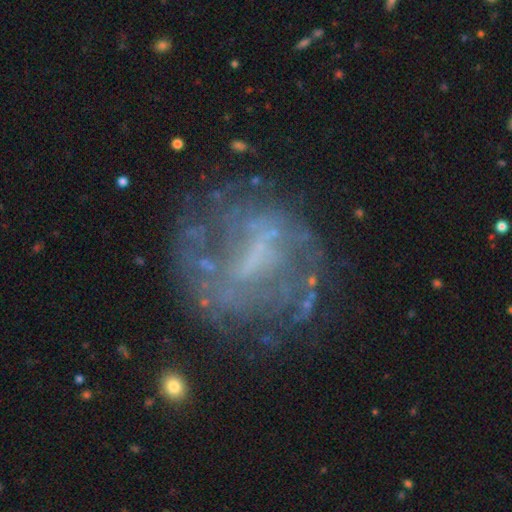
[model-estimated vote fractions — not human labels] Smooth or featured: featured or disk — 74% (star or artifact — 14%)
Edge-on disk: no — 97% (yes — 3%)
Bar: weak — 41% (no — 31%)
Spiral arms: yes — 59% (no — 41%)
Bulge size: none — 52% (small — 28%)
Merging: none — 63% (major disturbance — 17%)